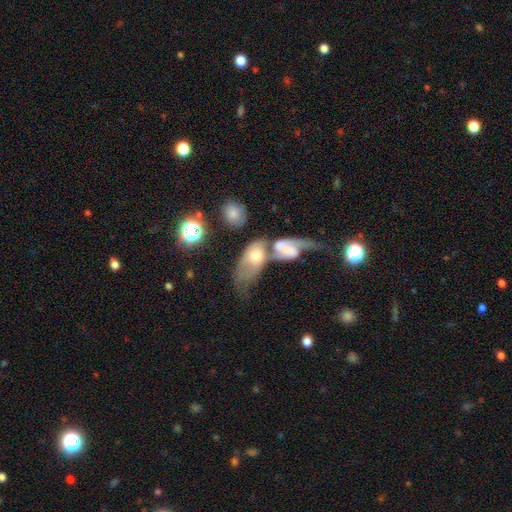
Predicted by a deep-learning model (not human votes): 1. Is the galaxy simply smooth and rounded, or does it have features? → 48% featured or disk, 42% smooth, 10% star or artifact.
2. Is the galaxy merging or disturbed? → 64% merger, 16% major disturbance, 12% none, 9% minor disturbance.